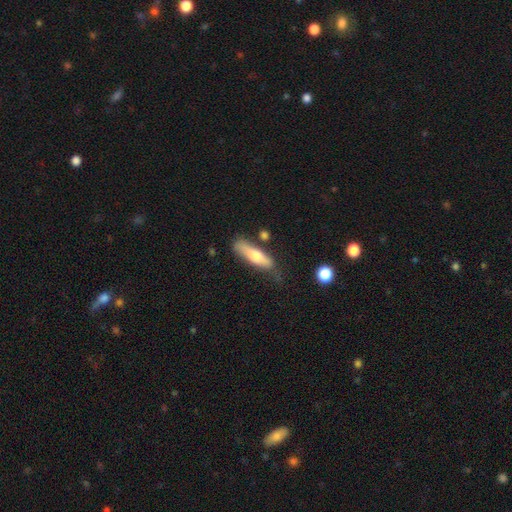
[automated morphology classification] Overall: smooth (66%; featured or disk 28%). How rounded: cigar-shaped (65%; in between 33%). Merging: none (58%; minor disturbance 26%).